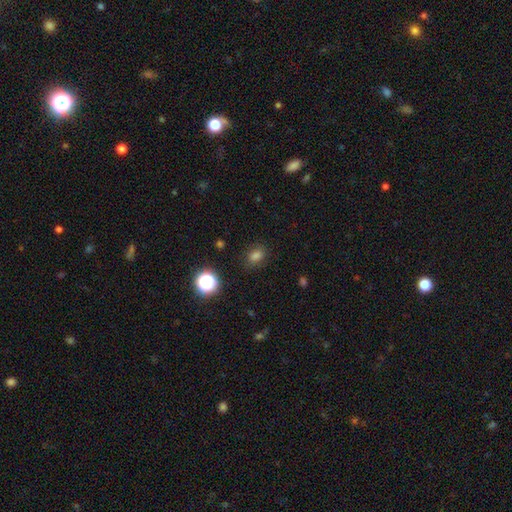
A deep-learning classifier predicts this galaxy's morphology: Smooth or featured? smooth (77%)
How rounded? in between (62%)
Merging? none (83%)